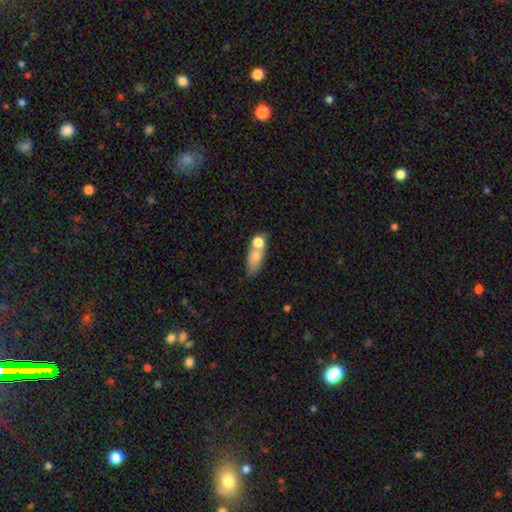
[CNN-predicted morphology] This is likely a smooth galaxy (71%). How rounded: likely in between (64%). Merging: marginally merger (39%, tied with none).